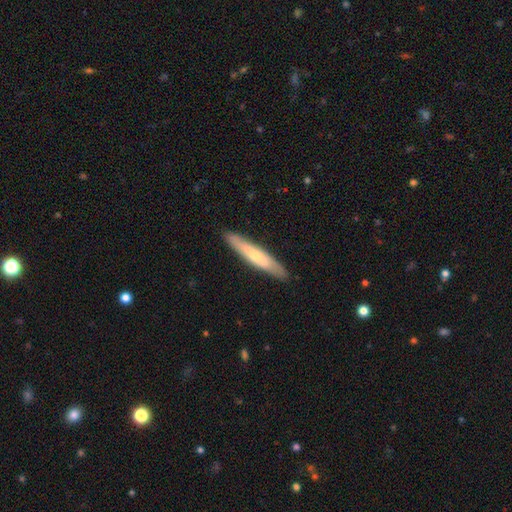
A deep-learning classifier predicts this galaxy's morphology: type=smooth (53%); roundness=cigar-shaped (91%); merging=none (89%).